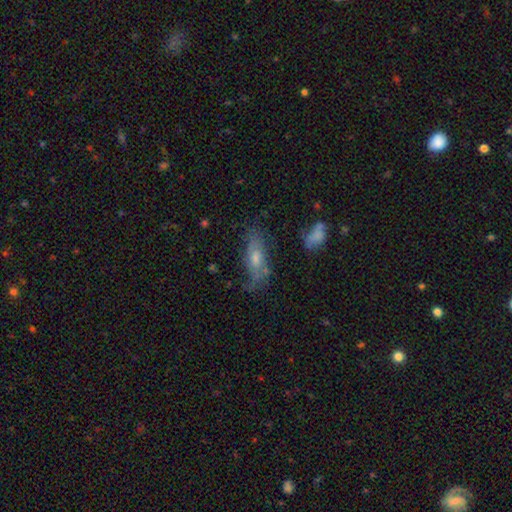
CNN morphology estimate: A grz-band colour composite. It shows a smooth galaxy with no disk features (49%). Merging: none (54%).